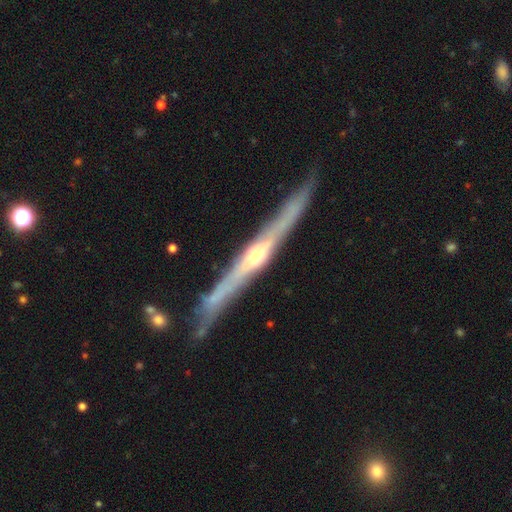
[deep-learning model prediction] Overall: featured or disk (79%). Edge-on disk: yes (96%). Edge-on bulge: rounded (78%). Merging: none (82%).